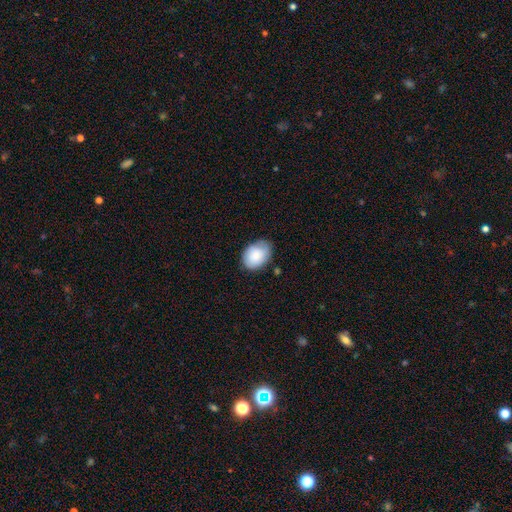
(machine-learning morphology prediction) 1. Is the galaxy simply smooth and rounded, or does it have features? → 81% smooth, 12% featured or disk, 7% star or artifact.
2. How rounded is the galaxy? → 75% in between, 24% round, 1% cigar-shaped.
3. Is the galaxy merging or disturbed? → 69% none, 25% minor disturbance, 4% major disturbance, 2% merger.